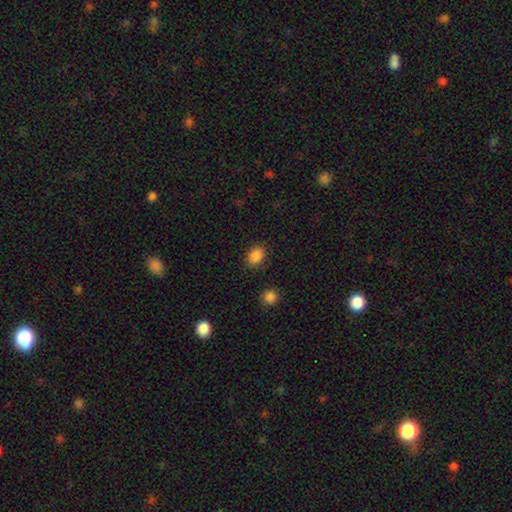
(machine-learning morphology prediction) type=smooth (86%); roundness=in between (65%); merging=none (85%).